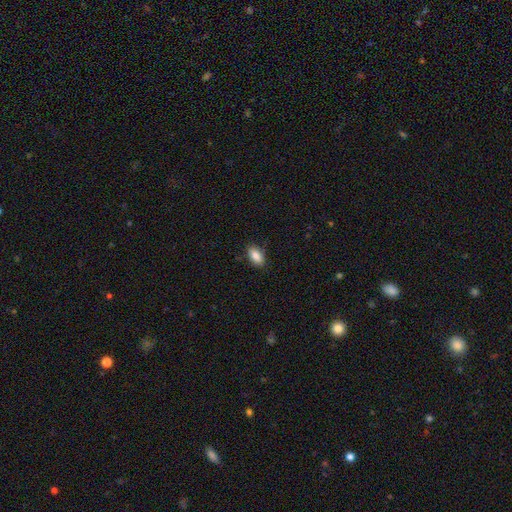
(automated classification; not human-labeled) A smooth galaxy with no disk features (87%) that is in between round and cigar-shaped (92%). Merging: none (85%).